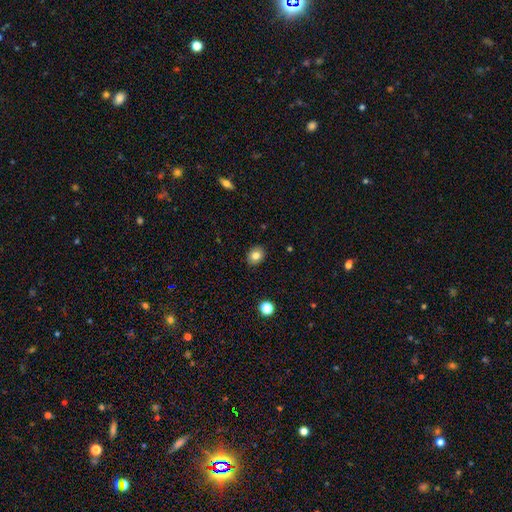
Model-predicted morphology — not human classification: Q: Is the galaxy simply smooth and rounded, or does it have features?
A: smooth — 82%.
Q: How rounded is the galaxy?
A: round — 50%.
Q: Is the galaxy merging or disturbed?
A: none — 89%.